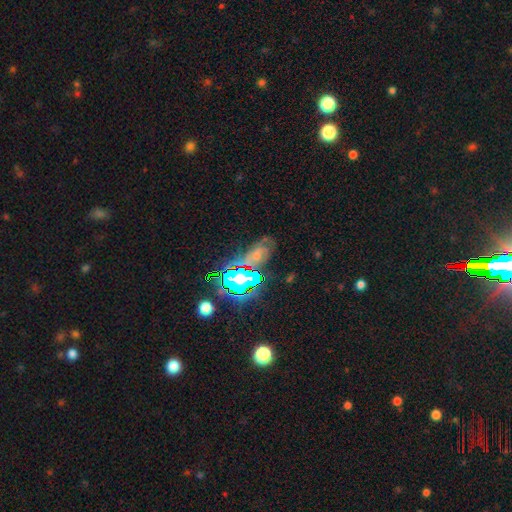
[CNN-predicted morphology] Smooth or featured? featured or disk (37%, tied with star or artifact)
Merging? none (52%)